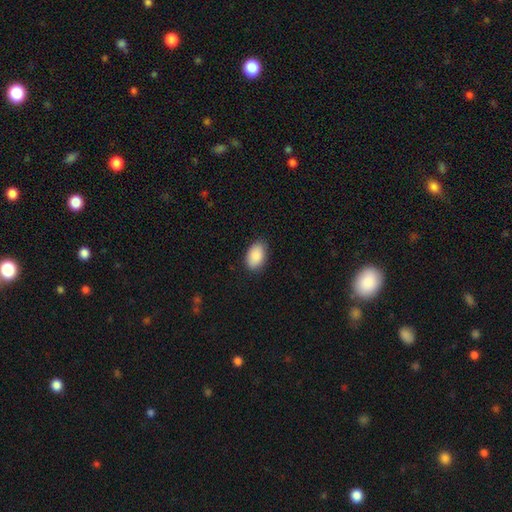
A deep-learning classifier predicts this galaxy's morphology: Smooth or featured? smooth (89%)
How rounded? in between (91%)
Merging? none (85%)